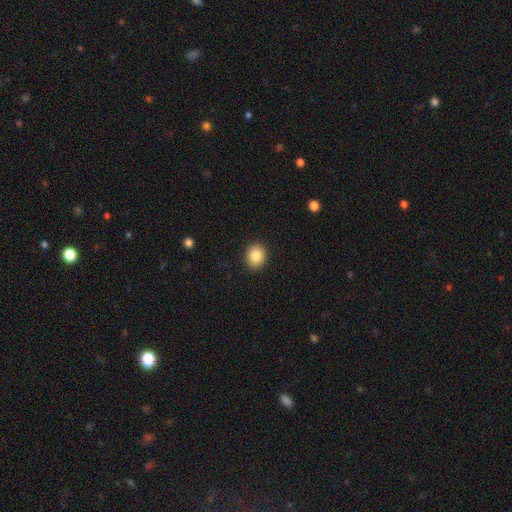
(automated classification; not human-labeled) Overall: smooth (85%). How rounded: round (69%; in between 30%). Merging: none (91%).